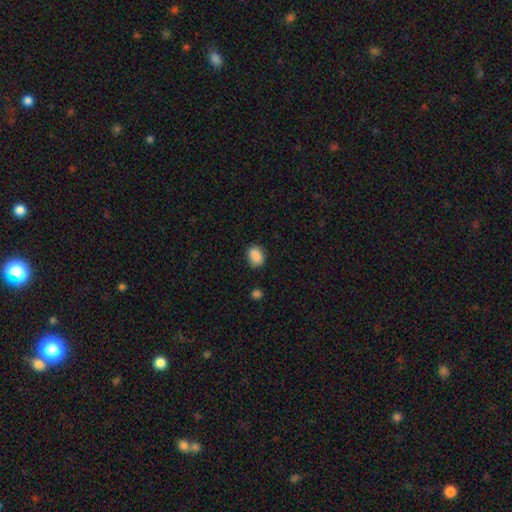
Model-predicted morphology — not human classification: smooth 88%, star or artifact 8%, featured or disk 4%. Down the decision tree: how rounded — in between (60%); merging — none (82%).